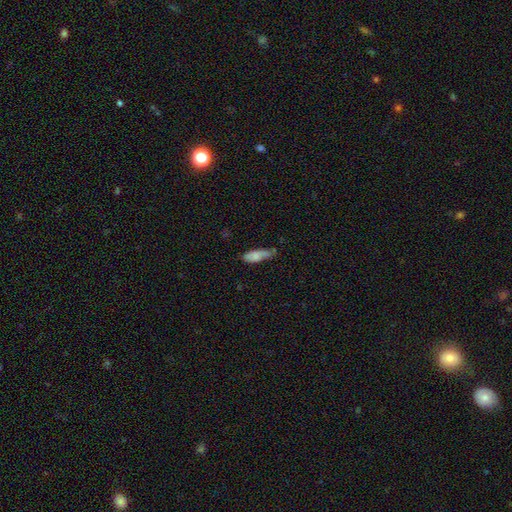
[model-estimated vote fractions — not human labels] smooth-or-featured: smooth: 77% | featured or disk: 15% | star or artifact: 7%
  how-rounded: in between: 56% | cigar-shaped: 42% | round: 2%
  merging: none: 48% | minor disturbance: 37% | major disturbance: 9% | merger: 6%